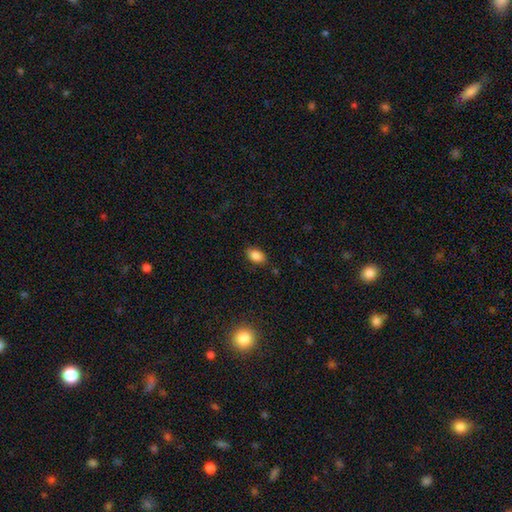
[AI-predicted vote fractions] Smooth or featured?
  - smooth: 85% *
  - star or artifact: 9%
  - featured or disk: 6%
How rounded?
  - in between: 91% *
  - round: 7%
  - cigar-shaped: 2%
Merging?
  - none: 85% *
  - minor disturbance: 11%
  - major disturbance: 2%
  - merger: 1%